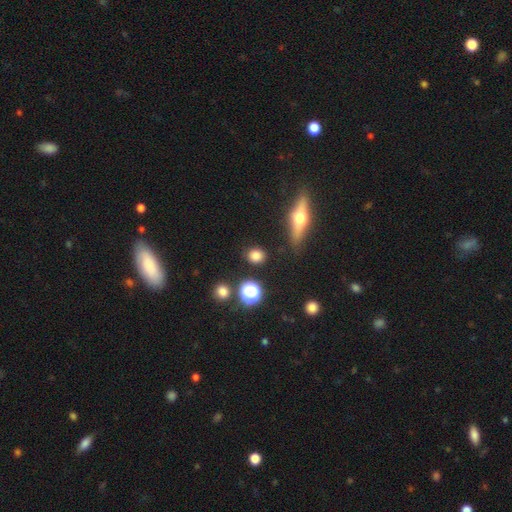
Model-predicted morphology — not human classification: type=smooth (79%); roundness=round (63%); merging=none (85%).